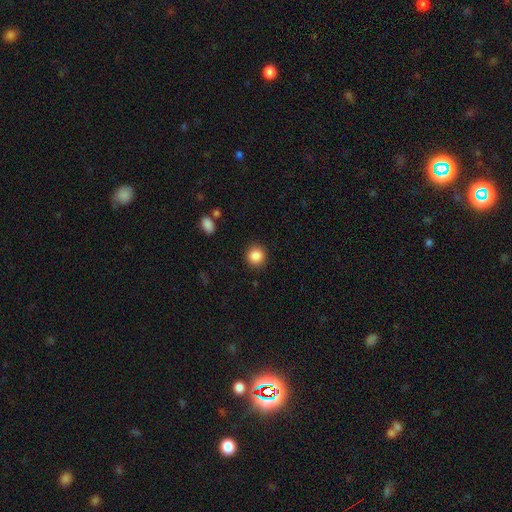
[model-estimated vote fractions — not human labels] This is clearly a smooth galaxy (87%). How rounded: clearly round (90%). Merging: clearly none (89%).